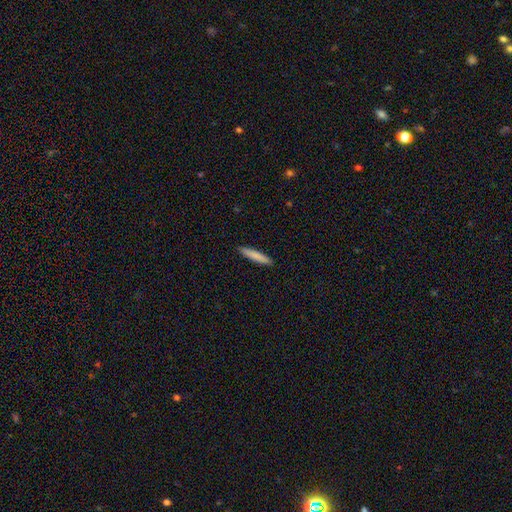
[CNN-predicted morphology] A smooth galaxy with no disk features (82%) that is cigar-shaped (92%).

Vote fractions:
- Smooth or featured? smooth: 82% / featured or disk: 13% / star or artifact: 5%
- How rounded? cigar-shaped: 92% / in between: 7% / round: 1%
- Merging? none: 92% / minor disturbance: 6% / major disturbance: 1% / merger: 1%